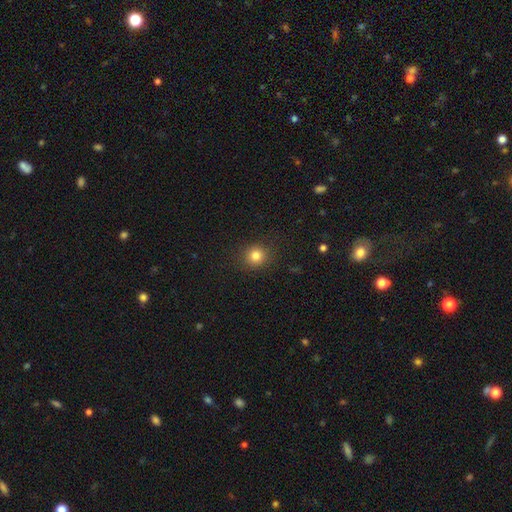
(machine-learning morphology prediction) A smooth galaxy with no disk features (82%) that is round (89%). Merging: none (89%).